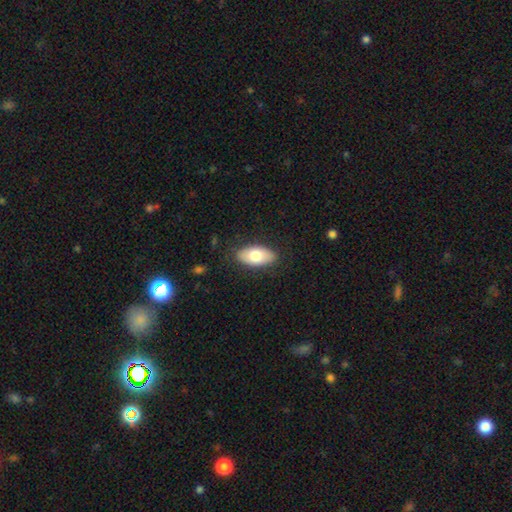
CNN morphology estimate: Q: Smooth or featured?
A: smooth (75%); runner-up: featured or disk (20%)
Q: How rounded?
A: in between (93%); runner-up: cigar-shaped (4%)
Q: Merging?
A: none (85%); runner-up: minor disturbance (11%)